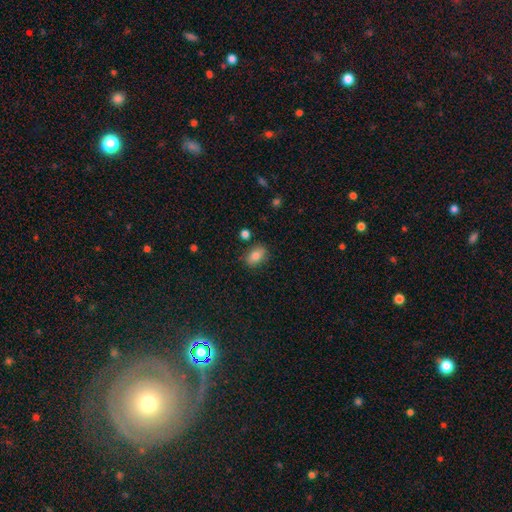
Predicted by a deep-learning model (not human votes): Smooth or featured? smooth (80%)
How rounded? in between (83%)
Merging? none (82%)